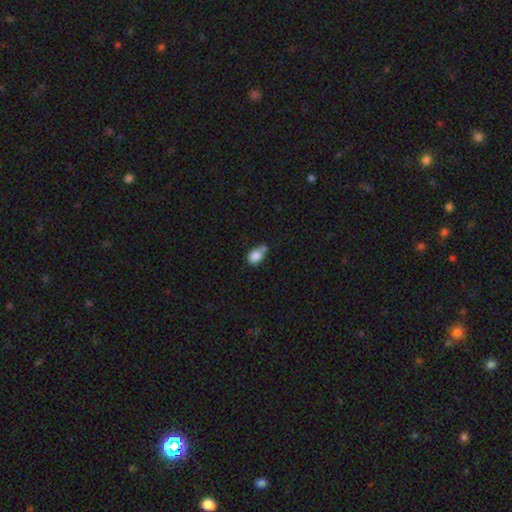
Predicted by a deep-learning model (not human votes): Overall: smooth (83%). How rounded: in between (79%). Merging: none (35%, tied with minor disturbance).